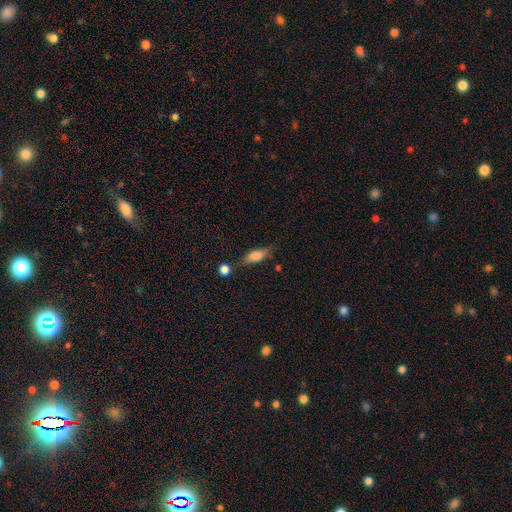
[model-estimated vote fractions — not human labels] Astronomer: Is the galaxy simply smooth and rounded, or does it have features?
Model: smooth — 73%.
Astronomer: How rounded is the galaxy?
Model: in between — 70%.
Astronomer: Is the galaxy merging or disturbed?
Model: none — 62%.